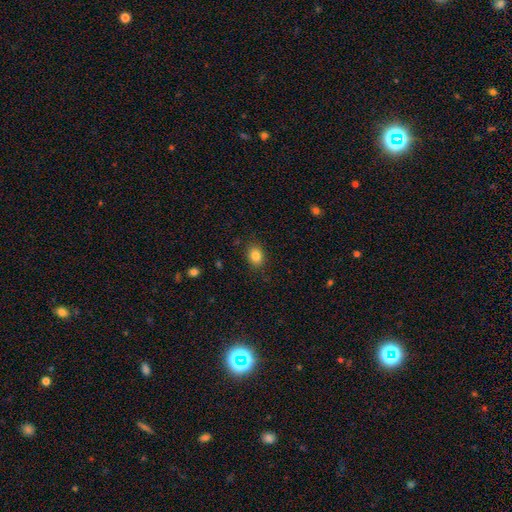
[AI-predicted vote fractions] A smooth galaxy with no disk features (84%) that is in between round and cigar-shaped (57%).

Vote fractions:
- Smooth or featured? smooth: 84% / star or artifact: 10% / featured or disk: 5%
- How rounded? in between: 57% / round: 42% / cigar-shaped: 1%
- Merging? none: 85% / minor disturbance: 11% / major disturbance: 3% / merger: 1%